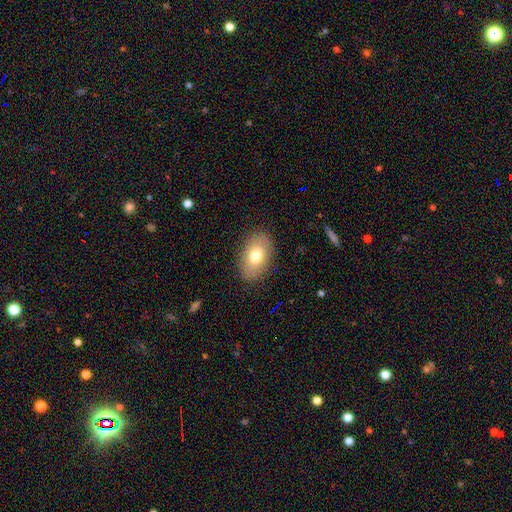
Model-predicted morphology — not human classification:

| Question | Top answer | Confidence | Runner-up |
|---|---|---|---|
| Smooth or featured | smooth | 75% | featured or disk (17%) |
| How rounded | in between | 90% | round (9%) |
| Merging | none | 87% | minor disturbance (9%) |